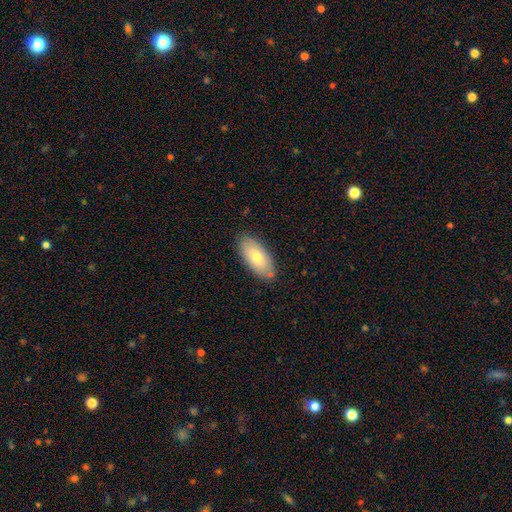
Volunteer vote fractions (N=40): A smooth galaxy with no disk features (55%) that is in between round and cigar-shaped (95%).

Vote fractions:
- Smooth or featured? smooth: 55% / featured or disk: 38% / star or artifact: 8%
- How rounded? in between: 95% / round: 5% / cigar-shaped: 0%
- Merging? none: 89% / minor disturbance: 8% / merger: 3% / major disturbance: 0%